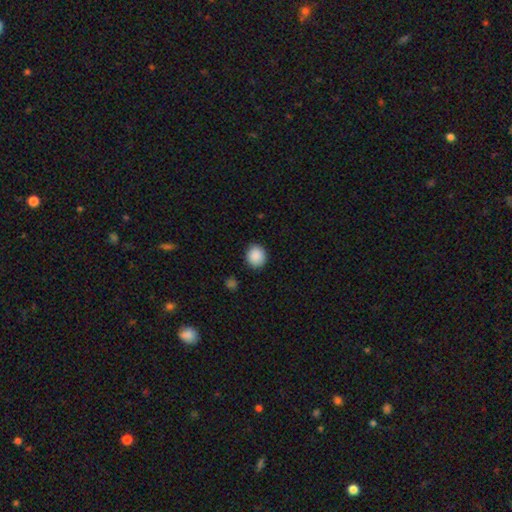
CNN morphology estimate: The model was most divided on "how rounded": round: 86%, in between: 13%, cigar-shaped: 1%. More confident: merging — none (89%); smooth or featured — smooth (89%).